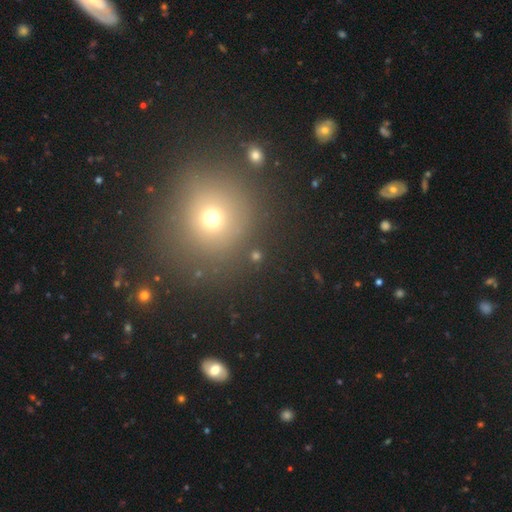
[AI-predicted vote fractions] Smooth or featured: smooth — 57% (star or artifact — 32%)
How rounded: round — 88% (in between — 10%)
Merging: none — 82% (minor disturbance — 8%)